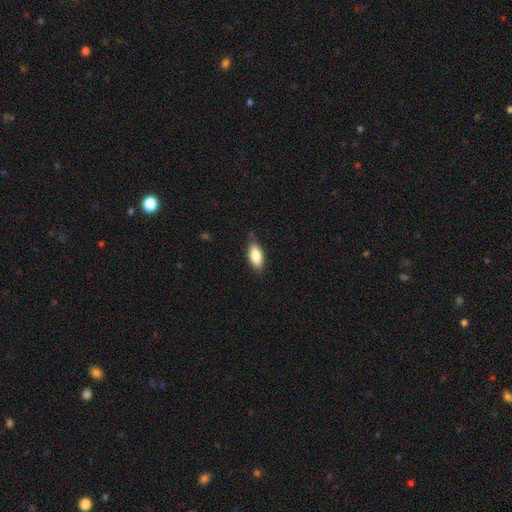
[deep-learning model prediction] smooth_or_featured: smooth (p=0.83) [alt: featured or disk p=0.11]
how_rounded: in between (p=0.87) [alt: cigar-shaped p=0.10]
merging: none (p=0.81) [alt: minor disturbance p=0.15]